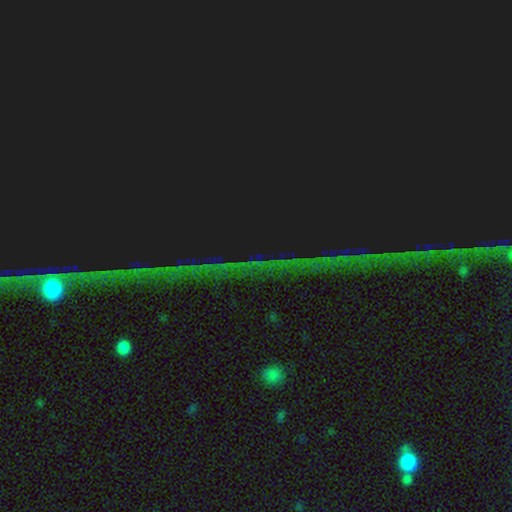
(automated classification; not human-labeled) A star or artifact, not a galaxy (85%).

Vote fractions:
- Smooth or featured? star or artifact: 85% / featured or disk: 7% / smooth: 7%